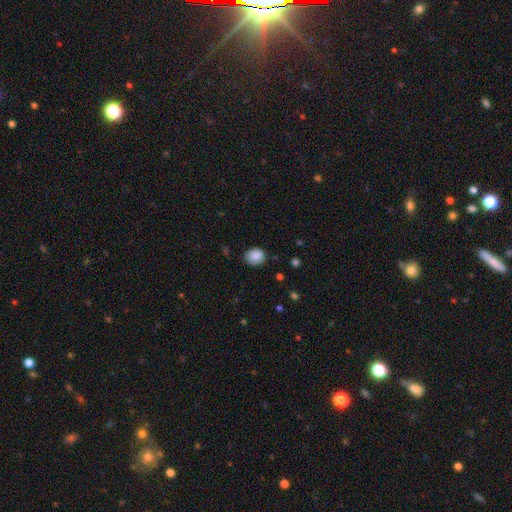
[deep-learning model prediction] A smooth galaxy with no disk features (87%) that is round (65%).

Vote fractions:
- Smooth or featured? smooth: 87% / star or artifact: 8% / featured or disk: 4%
- How rounded? round: 65% / in between: 34% / cigar-shaped: 1%
- Merging? none: 79% / minor disturbance: 16% / major disturbance: 3% / merger: 1%